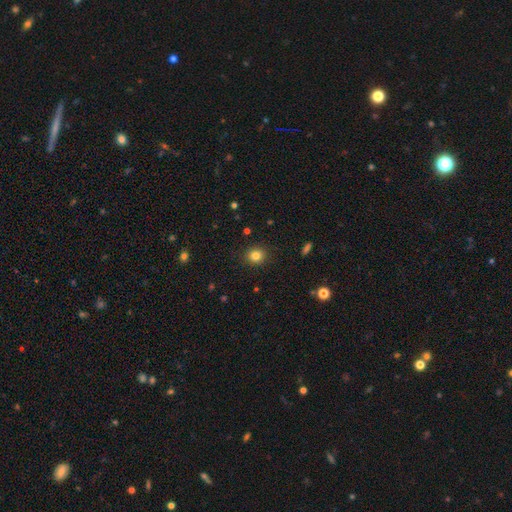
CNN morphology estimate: smooth_or_featured: smooth (p=0.82) [alt: star or artifact p=0.12]
how_rounded: round (p=0.82) [alt: in between p=0.17]
merging: none (p=0.90) [alt: minor disturbance p=0.07]